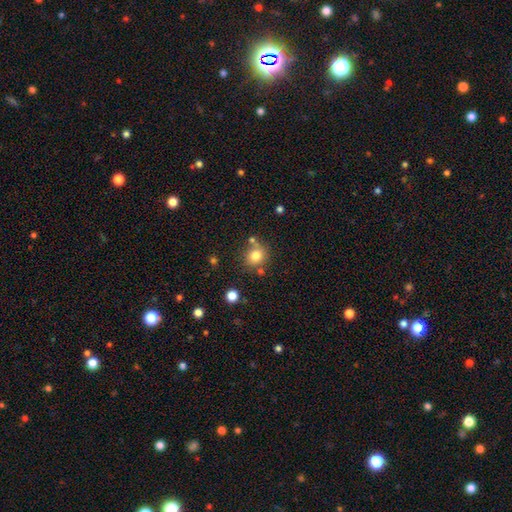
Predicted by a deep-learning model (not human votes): Overall: smooth (78%). How rounded: round (82%). Merging: none (68%).